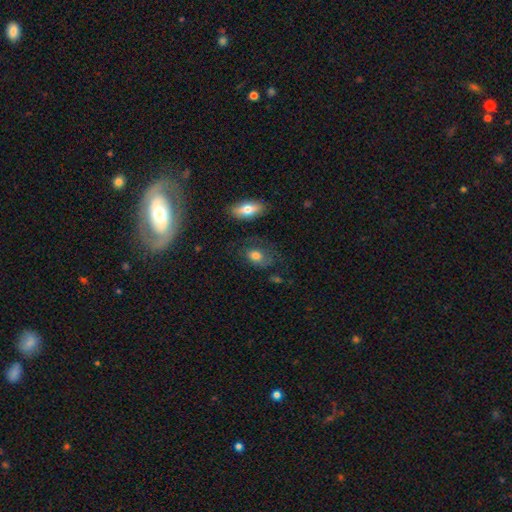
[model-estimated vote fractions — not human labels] This appears to be a smooth galaxy with no disk features (72%) that is in between round and cigar-shaped (76%). Merging: none (55%).